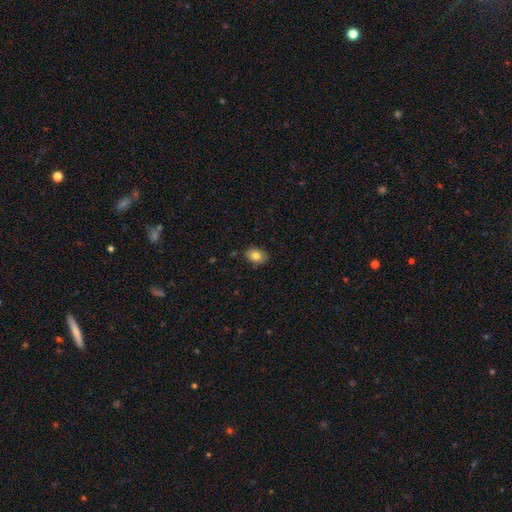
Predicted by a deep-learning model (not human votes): The model was most divided on "how rounded": in between: 74%, round: 25%, cigar-shaped: 1%. More confident: merging — none (83%); smooth or featured — smooth (80%).